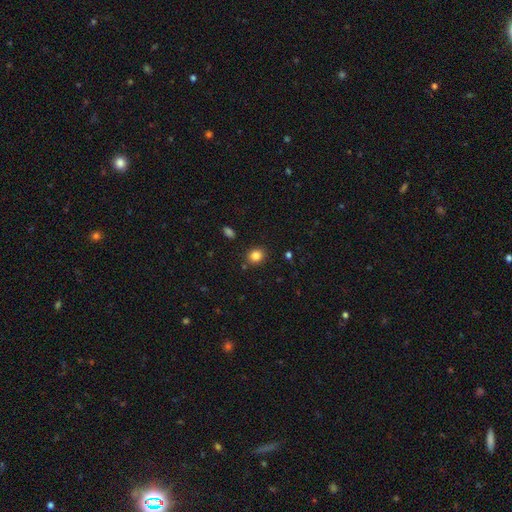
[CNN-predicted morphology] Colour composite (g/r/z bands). It shows a smooth galaxy with no disk features (84%) that is round (73%). Merging: none (87%).